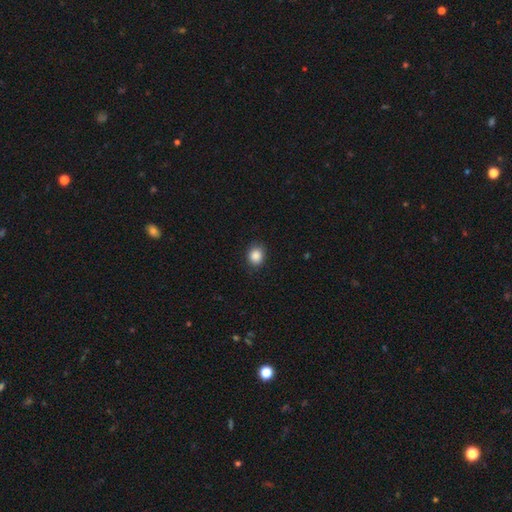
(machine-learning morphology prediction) smooth 88%, star or artifact 9%, featured or disk 3%. Down the decision tree: how rounded — round (62%); merging — none (86%).